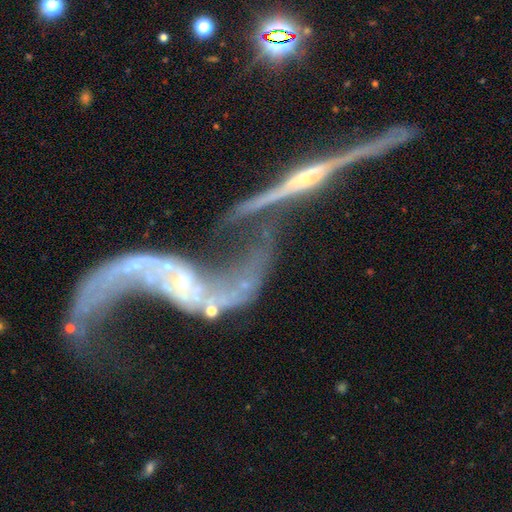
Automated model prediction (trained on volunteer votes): Smooth or featured? Predicted: featured or disk (p=0.88). Edge-on disk? Predicted: no (p=0.72). Bar? Predicted: no (p=0.55). Spiral arms? Predicted: yes (p=0.86). Spiral winding? Predicted: loose (p=0.87). Spiral arm count? Predicted: 2 (p=0.91). Bulge size? Predicted: small (p=0.68). Merging? Predicted: merger (p=0.36).